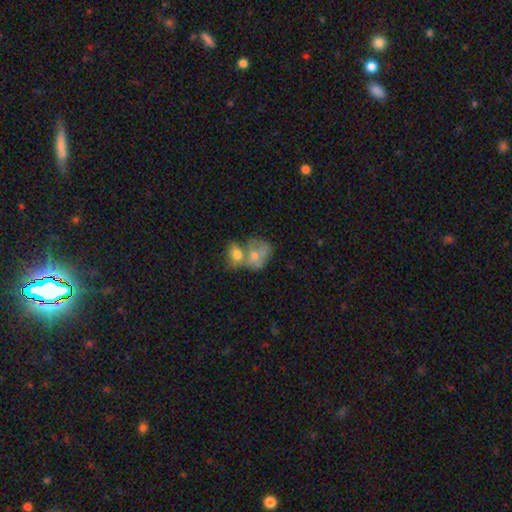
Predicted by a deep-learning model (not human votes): smooth_or_featured: smooth (p=0.56) [alt: featured or disk p=0.35]
how_rounded: in between (p=0.55) [alt: round p=0.44]
merging: merger (p=0.64) [alt: none p=0.17]